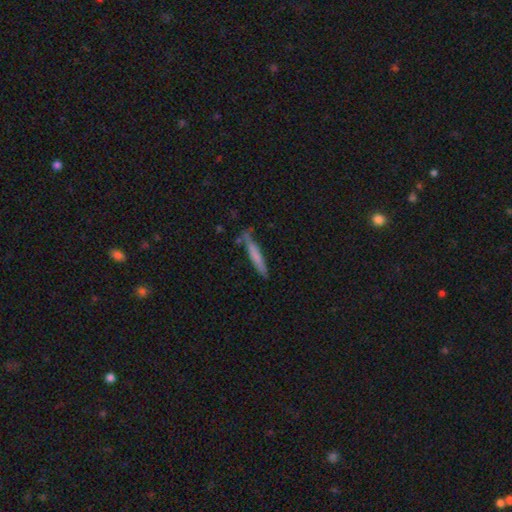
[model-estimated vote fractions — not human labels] Smooth or featured?
  - smooth: 70% *
  - featured or disk: 24%
  - star or artifact: 6%
How rounded?
  - cigar-shaped: 93% *
  - in between: 6%
  - round: 1%
Merging?
  - none: 70% *
  - minor disturbance: 19%
  - merger: 7%
  - major disturbance: 5%